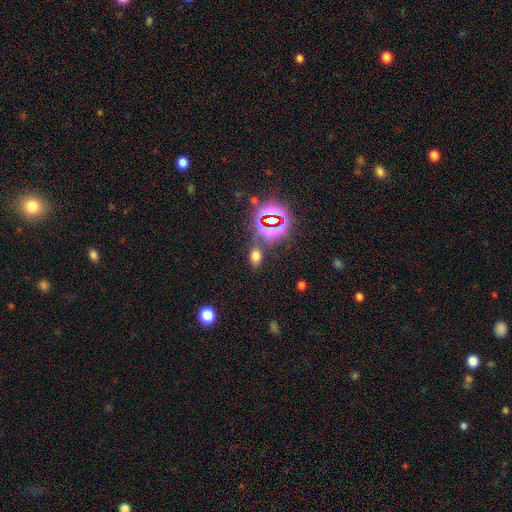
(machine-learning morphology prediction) Q: Smooth or featured?
A: smooth (60%); runner-up: star or artifact (32%)
Q: How rounded?
A: in between (83%); runner-up: round (15%)
Q: Merging?
A: none (77%); runner-up: minor disturbance (11%)